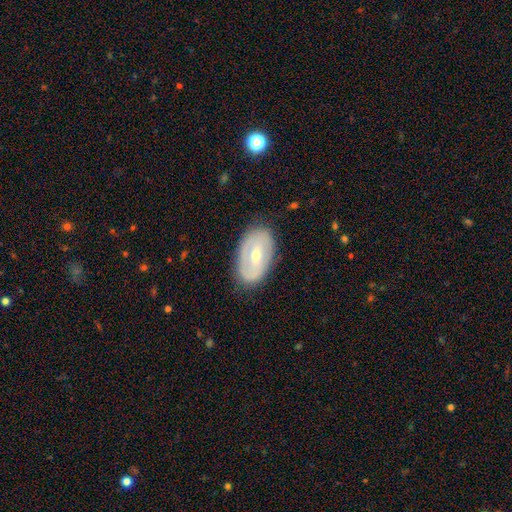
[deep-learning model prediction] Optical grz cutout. It shows a featured or disk galaxy (65%) with a weak bar (41%), no spiral arms (52%) and a moderate central bulge (49%). Merging: none (82%).